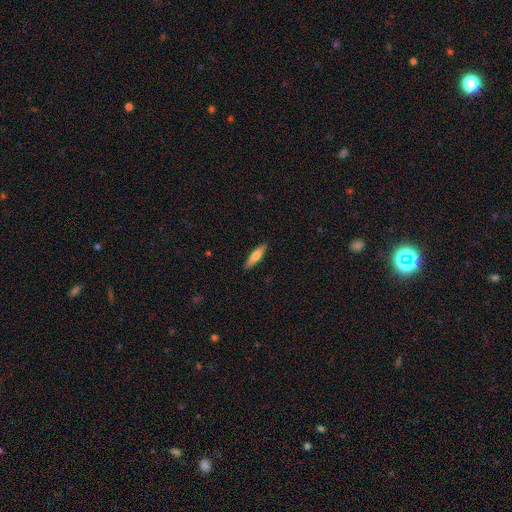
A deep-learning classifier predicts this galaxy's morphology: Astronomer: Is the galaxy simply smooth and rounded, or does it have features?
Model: smooth — 61%.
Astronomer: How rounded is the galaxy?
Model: cigar-shaped — 75%.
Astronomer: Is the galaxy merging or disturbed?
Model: none — 90%.